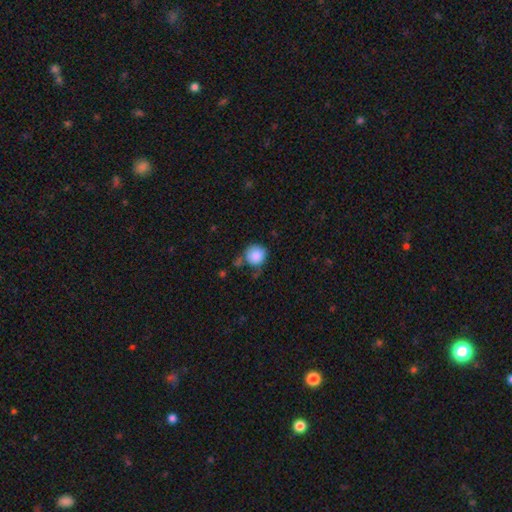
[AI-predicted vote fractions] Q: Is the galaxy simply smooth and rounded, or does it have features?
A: smooth — 88%.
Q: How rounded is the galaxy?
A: round — 91%.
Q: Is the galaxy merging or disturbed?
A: none — 65%.